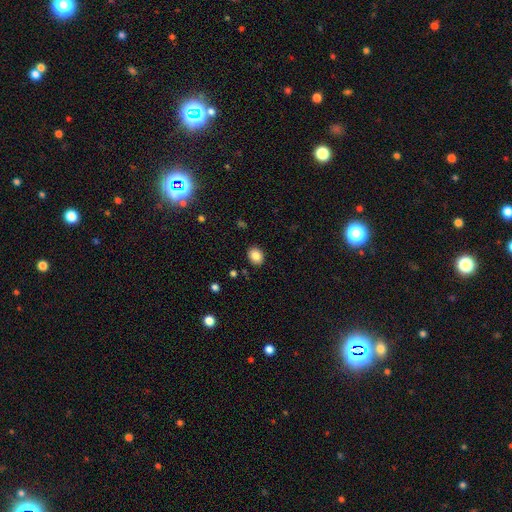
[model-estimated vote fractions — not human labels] smooth 85%, star or artifact 9%, featured or disk 6%. Down the decision tree: how rounded — in between (54%); merging — none (89%).